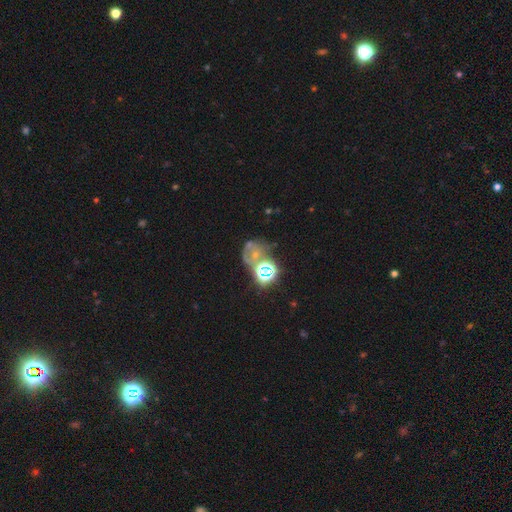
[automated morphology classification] smooth-or-featured: star or artifact: 43% | featured or disk: 29% | smooth: 28%